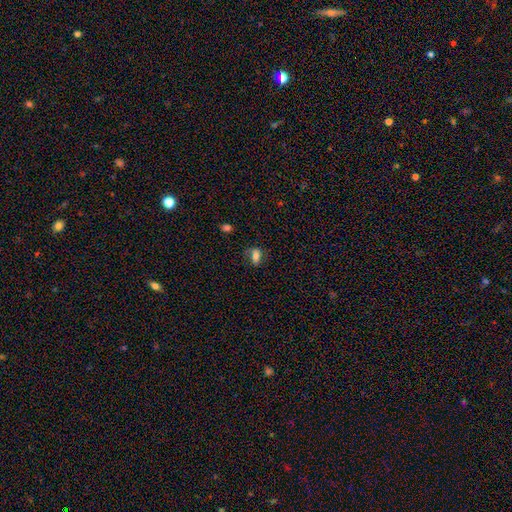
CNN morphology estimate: Q: Smooth or featured?
A: smooth (72%); runner-up: featured or disk (16%)
Q: How rounded?
A: in between (79%); runner-up: round (15%)
Q: Merging?
A: none (66%); runner-up: minor disturbance (22%)